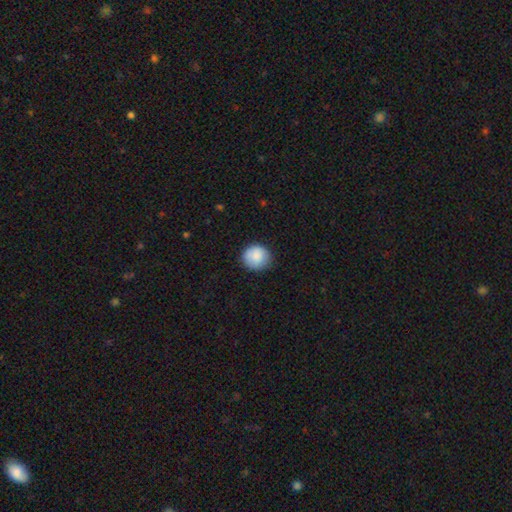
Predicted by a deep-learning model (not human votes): Smooth or featured? smooth (87%)
How rounded? round (89%)
Merging? none (84%)